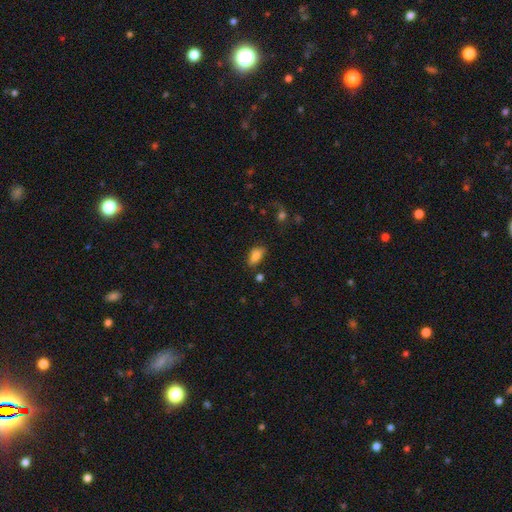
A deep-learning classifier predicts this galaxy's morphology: Smooth or featured: smooth — 81% (featured or disk — 10%)
How rounded: in between — 87% (cigar-shaped — 8%)
Merging: none — 66% (minor disturbance — 23%)